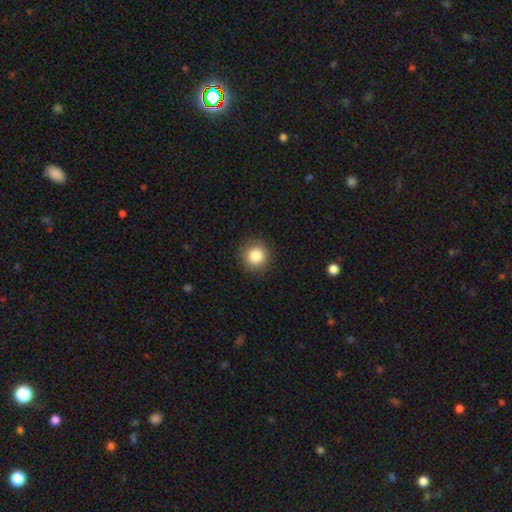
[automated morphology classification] smooth_or_featured: smooth (p=0.85) [alt: star or artifact p=0.10]
how_rounded: round (p=0.94) [alt: in between p=0.05]
merging: none (p=0.90) [alt: minor disturbance p=0.07]